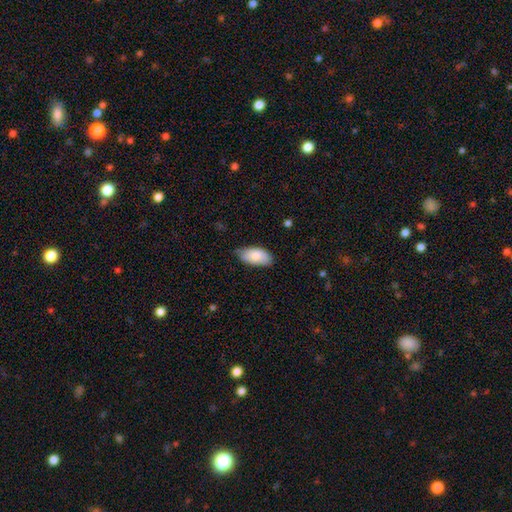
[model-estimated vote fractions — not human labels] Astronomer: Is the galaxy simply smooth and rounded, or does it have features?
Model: smooth — 83%.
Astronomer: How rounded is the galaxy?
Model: in between — 94%.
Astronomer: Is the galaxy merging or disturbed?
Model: none — 65%.